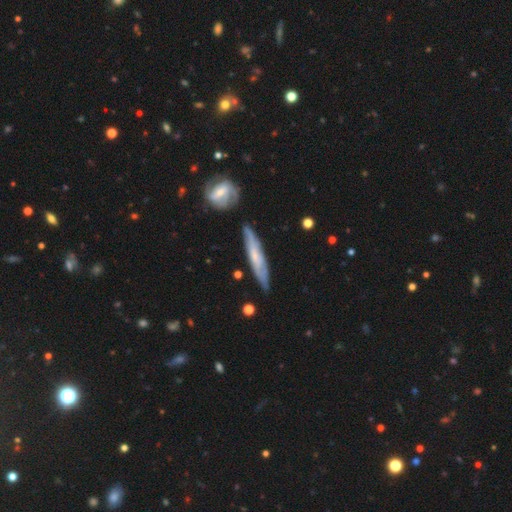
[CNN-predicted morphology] Smooth or featured: featured or disk — 54% (smooth — 40%)
Edge-on disk: yes — 65% (no — 35%)
Merging: none — 78% (minor disturbance — 15%)